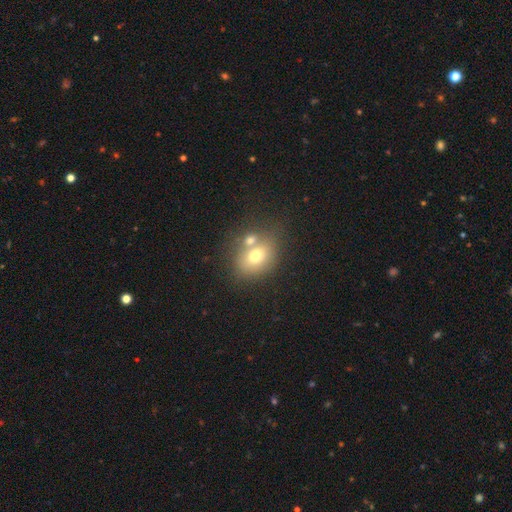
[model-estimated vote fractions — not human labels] smooth 71%, featured or disk 18%, star or artifact 11%. Down the decision tree: how rounded — in between (58%); merging — none (46%).